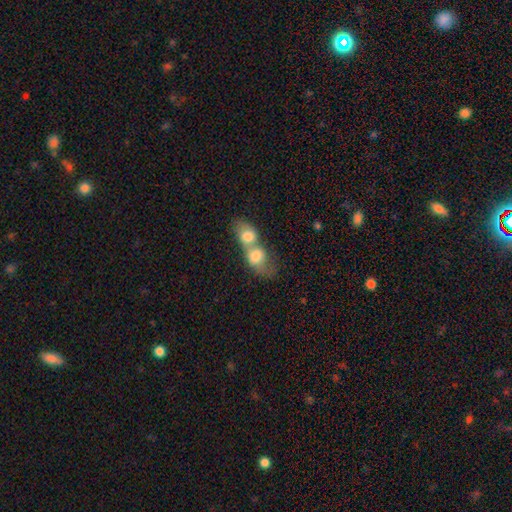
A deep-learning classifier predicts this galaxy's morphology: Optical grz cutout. It shows a smooth galaxy with no disk features (72%) that is in between round and cigar-shaped (54%). Merging: merger (84%).